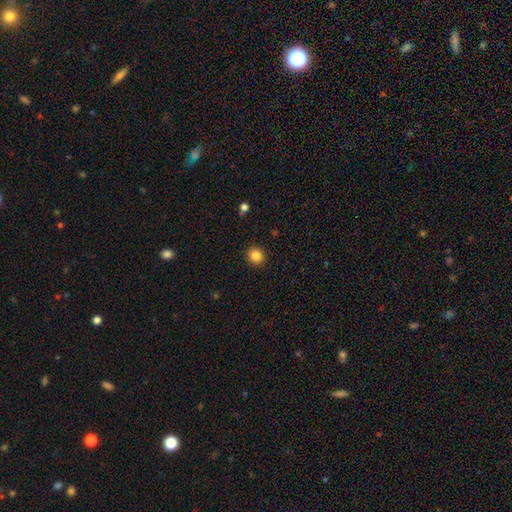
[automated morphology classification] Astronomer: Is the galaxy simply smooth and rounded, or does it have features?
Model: smooth — 85%.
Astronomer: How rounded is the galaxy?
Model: round — 92%.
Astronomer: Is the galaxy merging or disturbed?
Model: none — 92%.